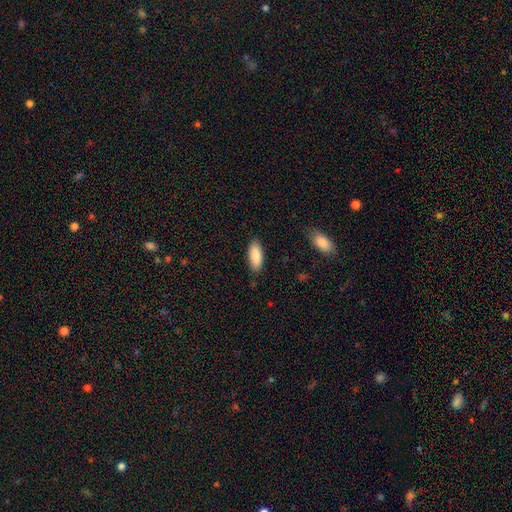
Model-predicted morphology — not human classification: Smooth or featured? smooth (86%)
How rounded? in between (80%)
Merging? none (86%)